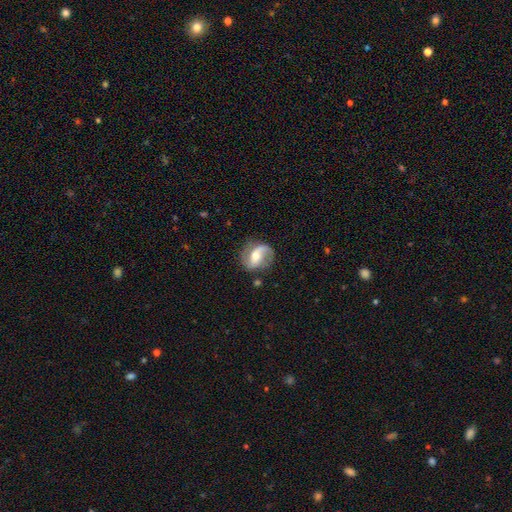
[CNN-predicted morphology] Smooth or featured? featured or disk (79%)
Edge-on disk? no (97%)
Bar? weak (39%)
Spiral arms? yes (92%)
Spiral winding? medium (43%)
Spiral arm count? 2 (80%)
Bulge size? moderate (64%)
Merging? none (74%)